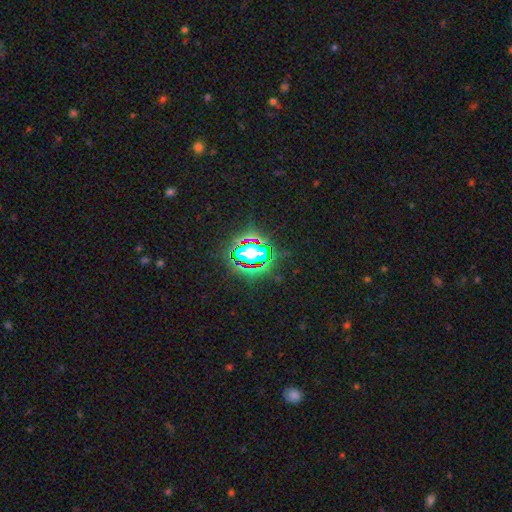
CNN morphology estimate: star or artifact 77%, smooth 14%, featured or disk 9%.